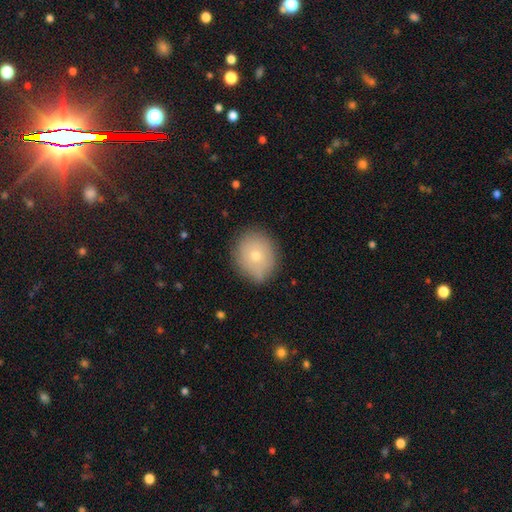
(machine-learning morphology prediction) This is likely a smooth galaxy (71%). How rounded: likely round (72%). Merging: likely none (78%).